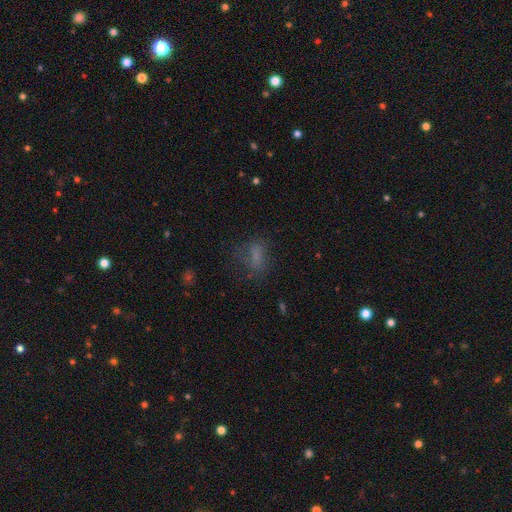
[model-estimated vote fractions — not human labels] The model was most divided on "merging": none: 50%, major disturbance: 25%, minor disturbance: 22%, merger: 3%. More confident: how rounded — in between (73%); smooth or featured — smooth (63%).